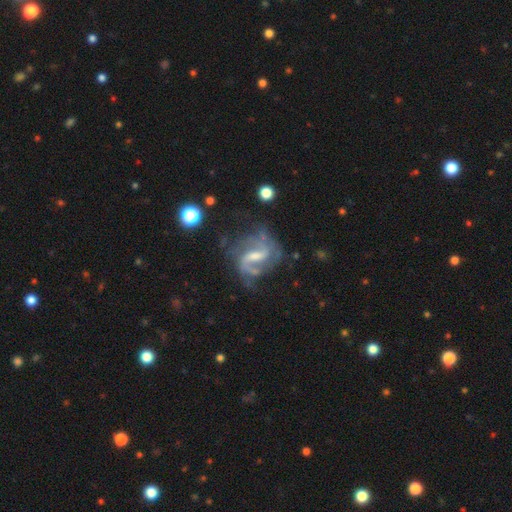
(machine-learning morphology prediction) featured or disk 84%, star or artifact 8%, smooth 8%. Down the decision tree: edge-on disk — no (97%); bar — weak (49%); spiral arms — yes (93%); spiral arm count — 2 (76%); spiral winding — medium (47%); bulge size — small (42%); merging — none (55%).